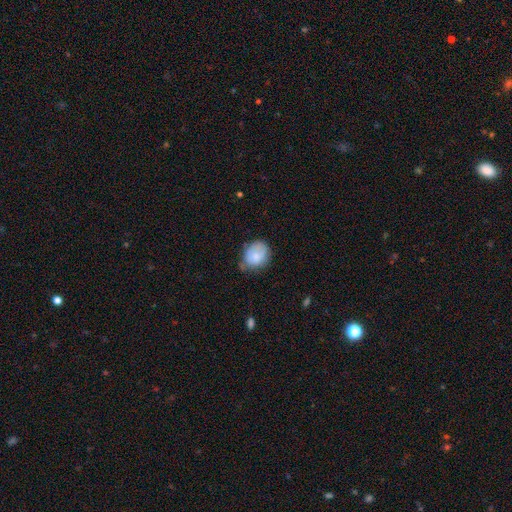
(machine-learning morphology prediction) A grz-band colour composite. It shows a smooth galaxy with no disk features (78%) that is round (57%). Merging: none (52%).